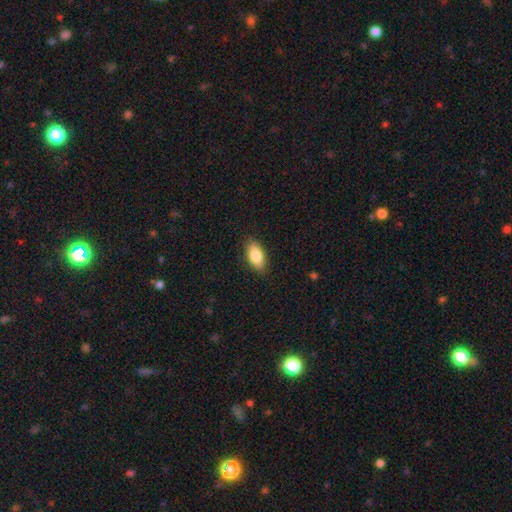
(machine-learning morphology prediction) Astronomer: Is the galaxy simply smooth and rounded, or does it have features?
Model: smooth — 85%.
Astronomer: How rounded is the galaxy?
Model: in between — 90%.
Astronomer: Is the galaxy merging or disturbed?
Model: none — 87%.